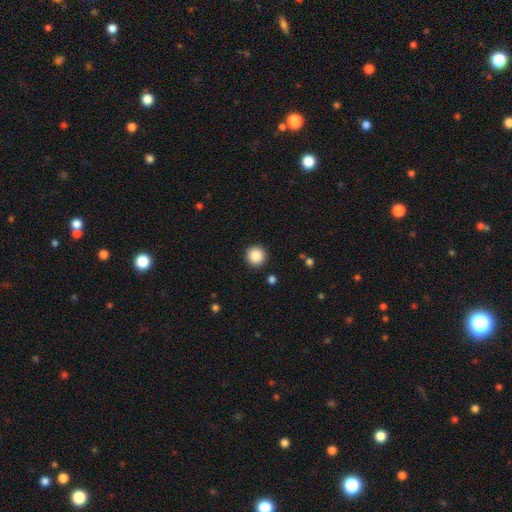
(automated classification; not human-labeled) Smooth or featured?
  - smooth: 87% *
  - star or artifact: 9%
  - featured or disk: 4%
How rounded?
  - round: 96% *
  - in between: 3%
  - cigar-shaped: 1%
Merging?
  - none: 92% *
  - minor disturbance: 5%
  - major disturbance: 2%
  - merger: 1%